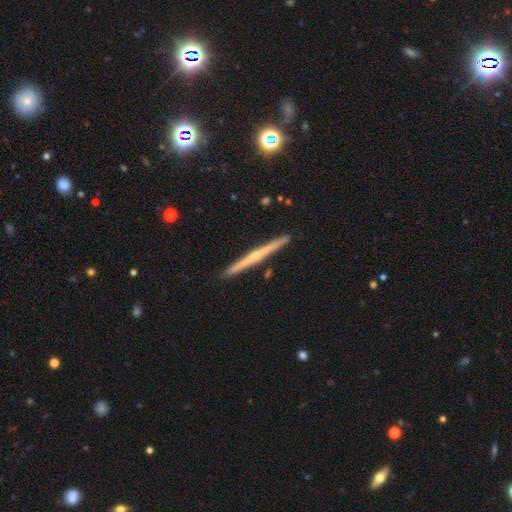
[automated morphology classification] Q: Smooth or featured?
A: featured or disk (71%); runner-up: smooth (21%)
Q: Edge-on disk?
A: yes (97%); runner-up: no (3%)
Q: Edge-on bulge?
A: rounded (62%); runner-up: none (32%)
Q: Merging?
A: none (89%); runner-up: minor disturbance (7%)